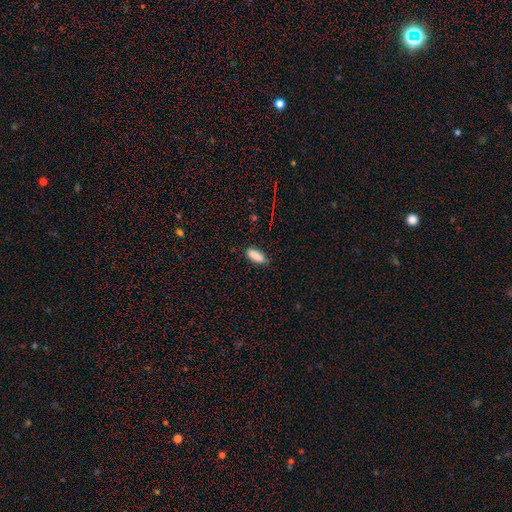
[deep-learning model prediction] Smooth or featured? Predicted: smooth (p=0.88). How rounded? Predicted: in between (p=0.75). Merging? Predicted: none (p=0.83).